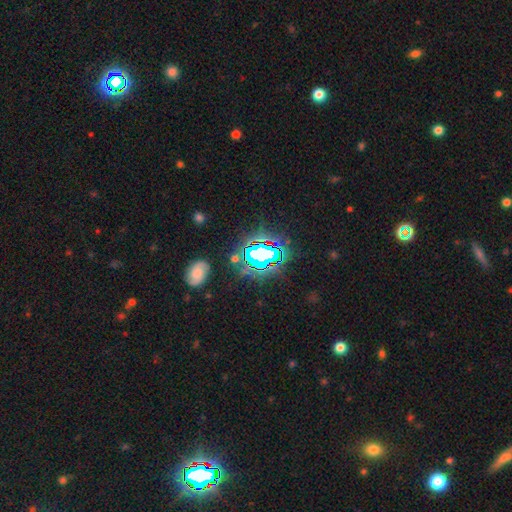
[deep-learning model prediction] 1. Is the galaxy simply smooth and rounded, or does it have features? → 65% star or artifact, 20% smooth, 15% featured or disk.